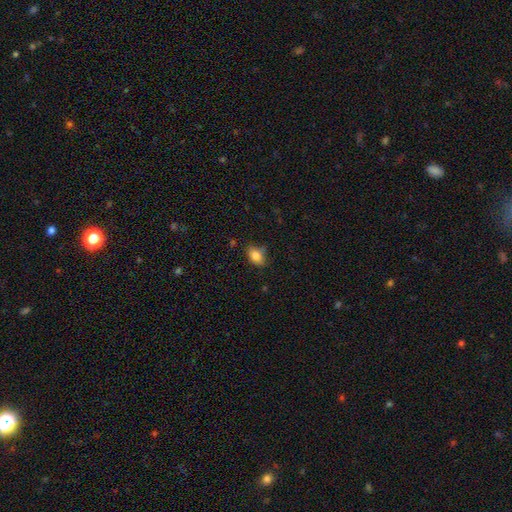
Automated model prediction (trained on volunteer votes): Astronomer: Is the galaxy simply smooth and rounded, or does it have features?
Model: smooth — 82%.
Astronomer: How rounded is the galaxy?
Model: in between — 76%.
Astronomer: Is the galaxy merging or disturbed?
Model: none — 70%.